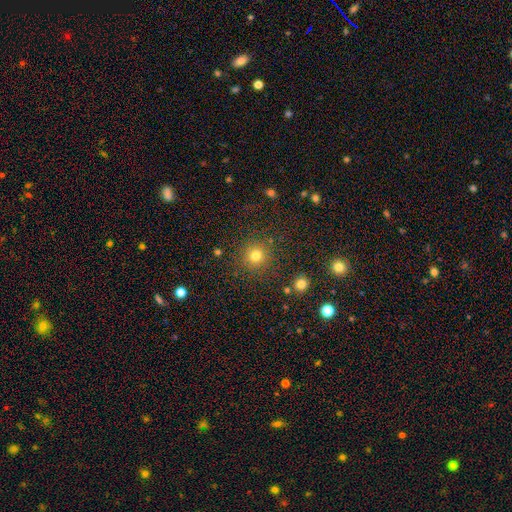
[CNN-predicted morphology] This appears to be a smooth galaxy with no disk features (78%) that is round (93%). Merging: none (87%).